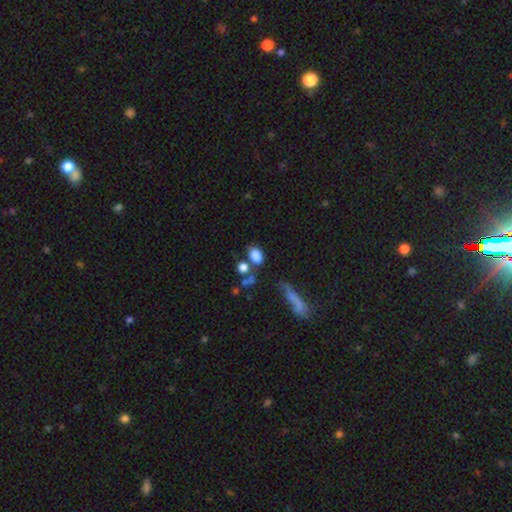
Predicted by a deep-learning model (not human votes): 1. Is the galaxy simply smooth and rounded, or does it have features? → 82% smooth, 11% star or artifact, 7% featured or disk.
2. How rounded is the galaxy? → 78% in between, 19% round, 3% cigar-shaped.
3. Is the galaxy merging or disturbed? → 57% none, 21% merger, 15% minor disturbance, 8% major disturbance.